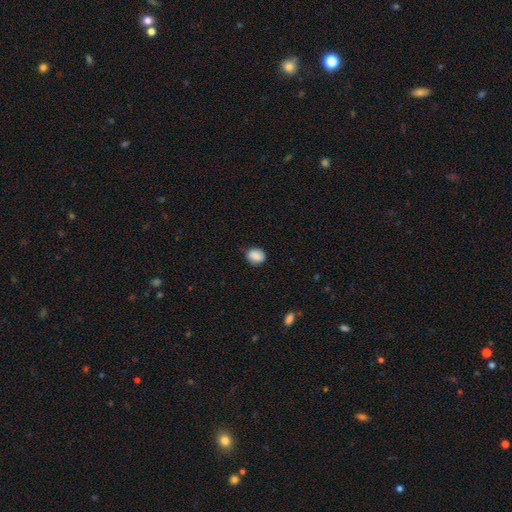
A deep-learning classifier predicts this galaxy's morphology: smooth 87%, star or artifact 8%, featured or disk 5%. Down the decision tree: how rounded — round (53%); merging — none (72%).